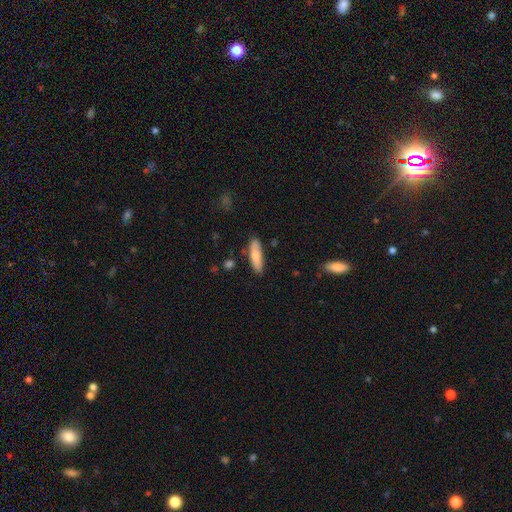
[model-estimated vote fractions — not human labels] A smooth galaxy with no disk features (76%) that is cigar-shaped (57%).

Vote fractions:
- Smooth or featured? smooth: 76% / featured or disk: 18% / star or artifact: 6%
- How rounded? cigar-shaped: 57% / in between: 41% / round: 2%
- Merging? none: 80% / minor disturbance: 14% / merger: 3% / major disturbance: 3%